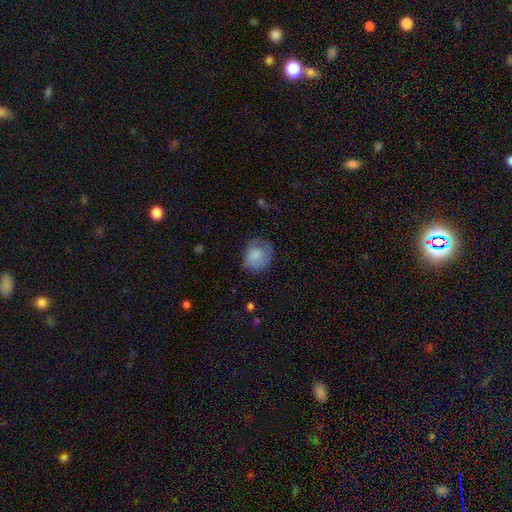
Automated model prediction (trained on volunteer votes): Overall: smooth (77%). How rounded: round (66%; in between 33%). Merging: none (57%; minor disturbance 28%).